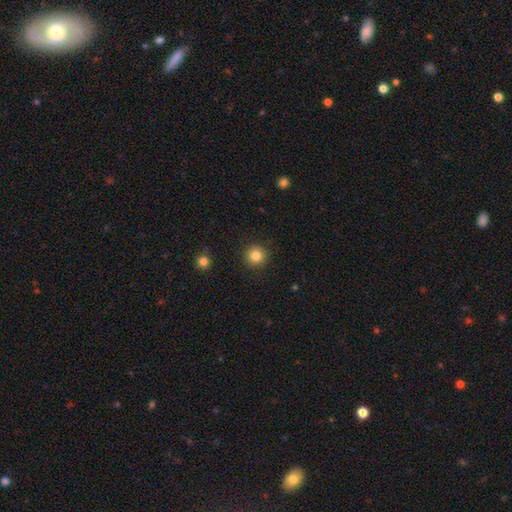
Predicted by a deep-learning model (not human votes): Smooth or featured? smooth (84%)
How rounded? round (95%)
Merging? none (91%)